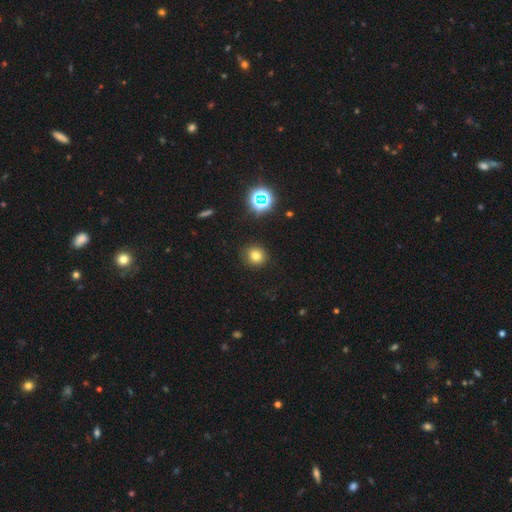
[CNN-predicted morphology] Smooth or featured? smooth (75%)
How rounded? round (88%)
Merging? none (89%)